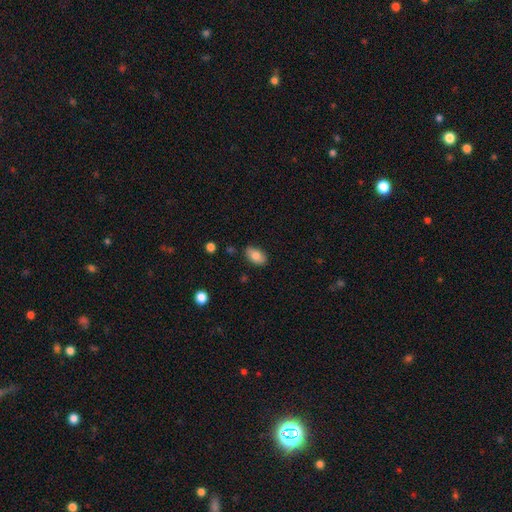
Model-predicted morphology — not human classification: Smooth or featured?
  - smooth: 81% *
  - featured or disk: 11%
  - star or artifact: 8%
How rounded?
  - in between: 91% *
  - round: 7%
  - cigar-shaped: 2%
Merging?
  - none: 82% *
  - minor disturbance: 14%
  - major disturbance: 2%
  - merger: 2%